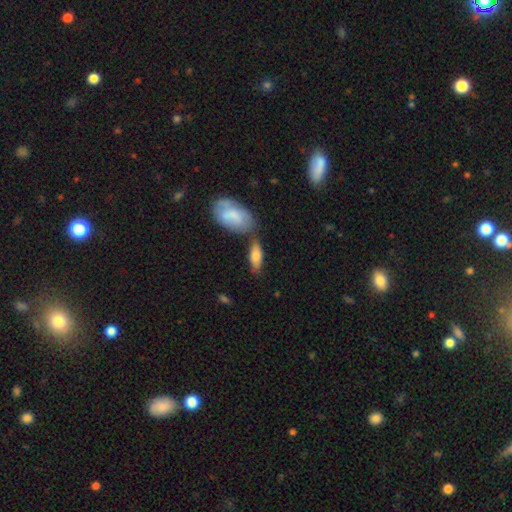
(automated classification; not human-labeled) The model was most divided on "merging": none: 57%, merger: 21%, minor disturbance: 17%, major disturbance: 5%. More confident: how rounded — in between (79%); smooth or featured — smooth (75%).